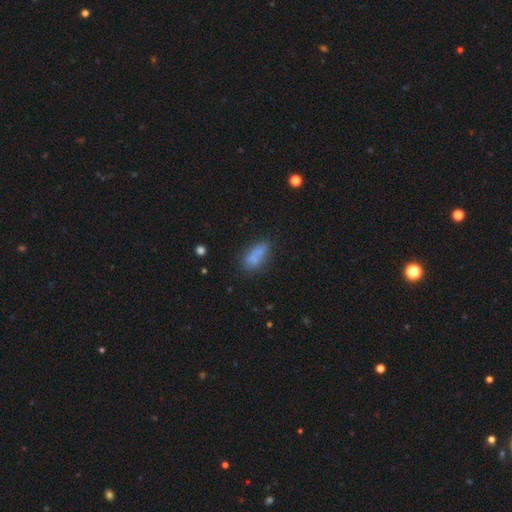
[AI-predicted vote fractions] Smooth or featured: smooth — 69% (featured or disk — 19%)
How rounded: in between — 77% (cigar-shaped — 16%)
Merging: none — 50% (merger — 23%)